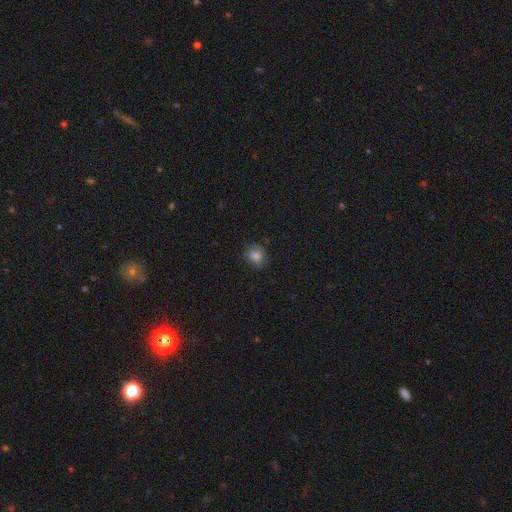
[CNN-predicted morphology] Smooth or featured?
  - smooth: 70% *
  - featured or disk: 17%
  - star or artifact: 13%
How rounded?
  - round: 74% *
  - in between: 25%
  - cigar-shaped: 1%
Merging?
  - none: 67% *
  - minor disturbance: 23%
  - major disturbance: 9%
  - merger: 1%